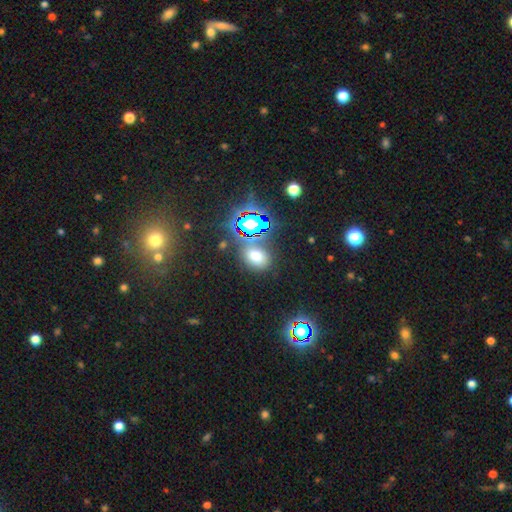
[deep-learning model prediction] Smooth or featured? Predicted: smooth (p=0.57). How rounded? Predicted: in between (p=0.66). Merging? Predicted: none (p=0.74).